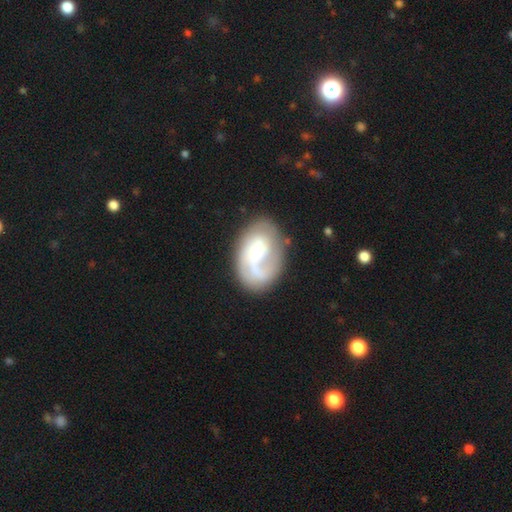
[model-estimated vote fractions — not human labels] The model was most divided on "spiral winding": medium: 36%, tight: 34%, loose: 30%. Remaining: edge-on disk — no (97%); spiral arms — yes (83%); bar — no (65%); smooth or featured — featured or disk (65%); merging — none (58%); spiral arm count — 1 (56%); bulge size — small (41%).